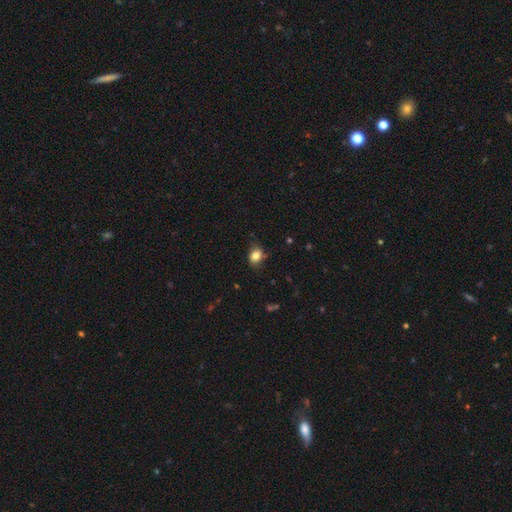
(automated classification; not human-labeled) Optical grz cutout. It shows a smooth galaxy with no disk features (83%) that is in between round and cigar-shaped (64%). Merging: none (72%).